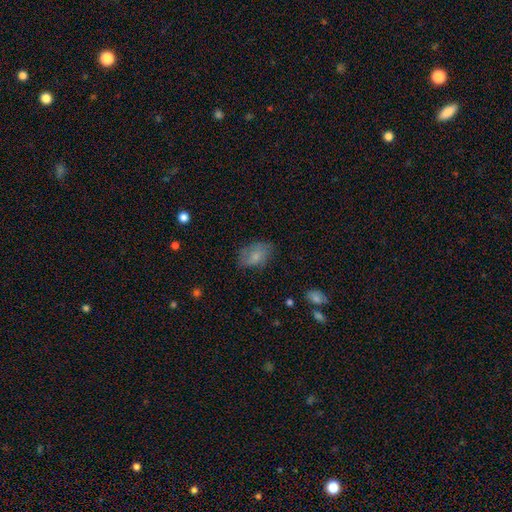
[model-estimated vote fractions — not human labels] This is likely a smooth galaxy (74%). How rounded: clearly in between (87%). Merging: likely none (64%).